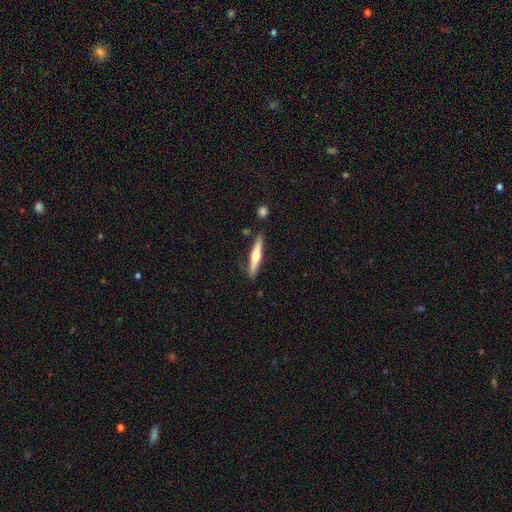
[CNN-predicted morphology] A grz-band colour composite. It shows a featured or disk galaxy (59%) viewed edge-on (96%) with a rounded central bulge (92%). Merging: none (84%).